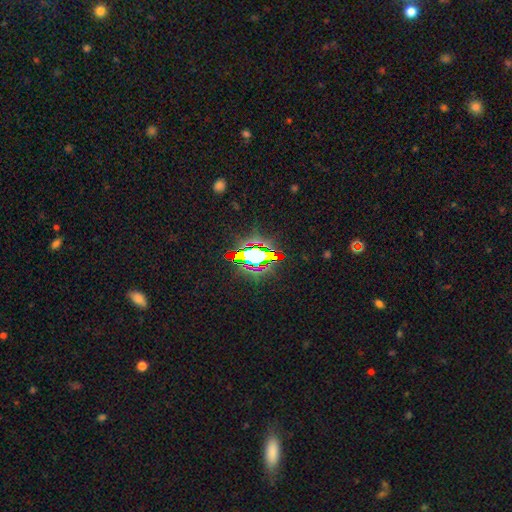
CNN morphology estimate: This is likely a star or artifact rather than a galaxy (68%).